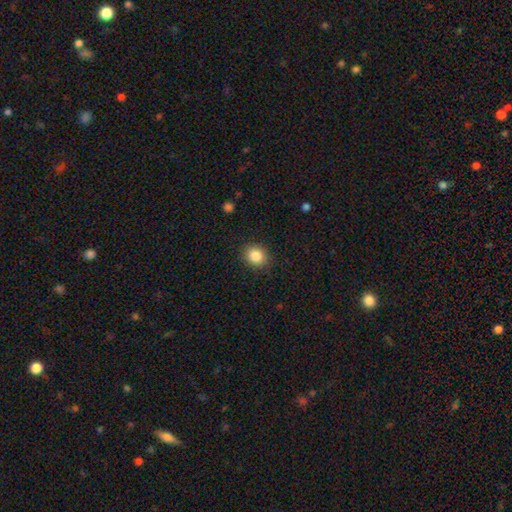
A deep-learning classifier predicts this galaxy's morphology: smooth 85%, star or artifact 9%, featured or disk 5%. Down the decision tree: how rounded — round (66%); merging — none (88%).